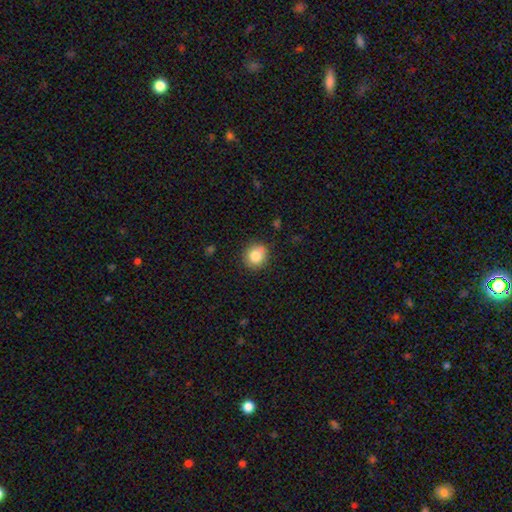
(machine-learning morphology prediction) type=smooth (84%); roundness=round (82%); merging=none (85%).